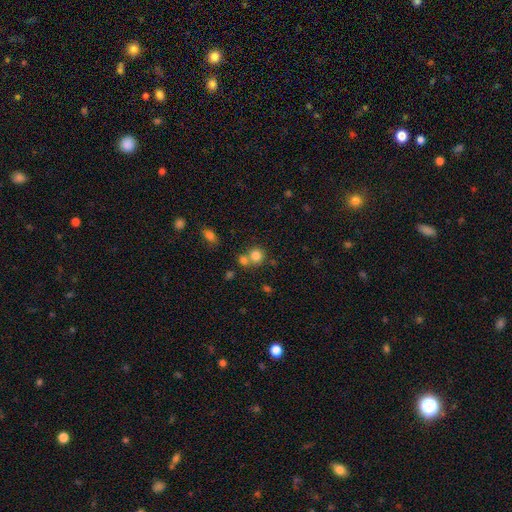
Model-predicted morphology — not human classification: Smooth or featured? smooth (80%)
How rounded? round (85%)
Merging? none (54%)